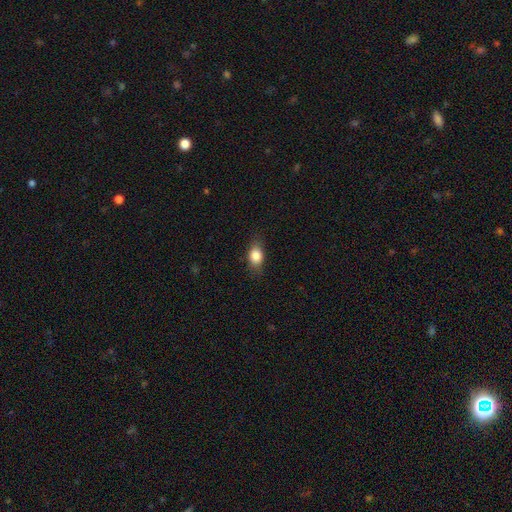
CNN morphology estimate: Smooth or featured? Predicted: smooth (p=0.83). How rounded? Predicted: in between (p=0.76). Merging? Predicted: none (p=0.80).